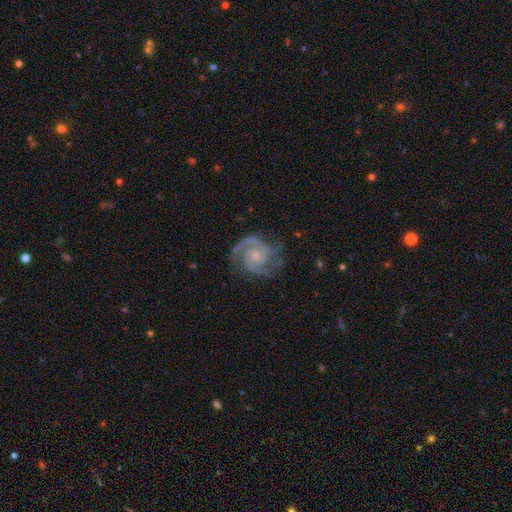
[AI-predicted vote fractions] This appears to be a featured or disk galaxy (92%) with no bar (65%), 2 (80%) tight (59%) spiral arms (98%) and a small central bulge (56%). Merging: none (76%).